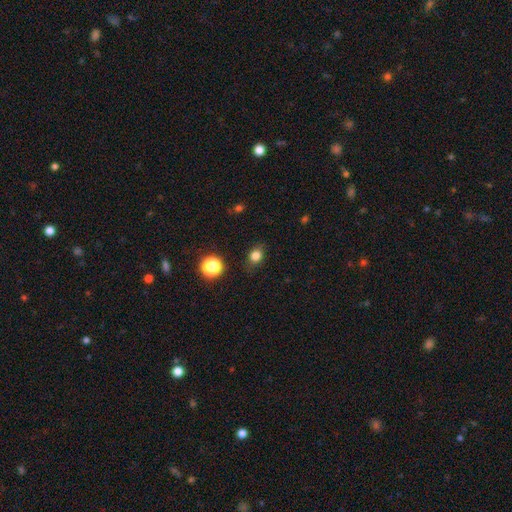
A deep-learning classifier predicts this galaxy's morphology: A smooth galaxy with no disk features (80%) that is round (54%). Merging: none (80%).